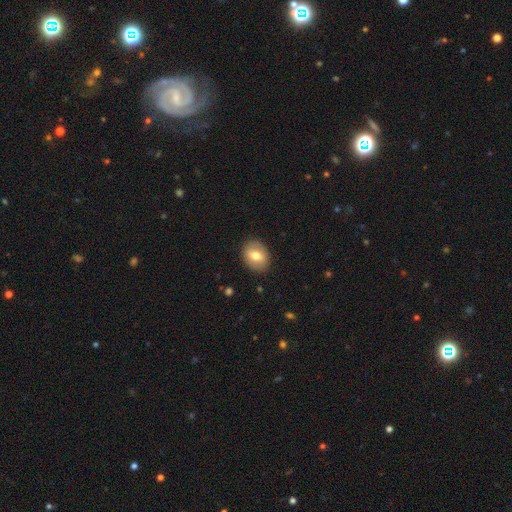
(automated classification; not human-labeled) Smooth or featured?
  - smooth: 69% *
  - featured or disk: 24%
  - star or artifact: 7%
How rounded?
  - in between: 60% *
  - round: 39%
  - cigar-shaped: 1%
Merging?
  - none: 87% *
  - minor disturbance: 9%
  - major disturbance: 3%
  - merger: 1%